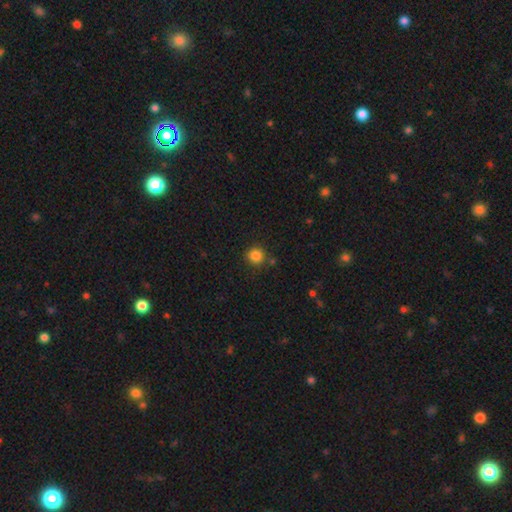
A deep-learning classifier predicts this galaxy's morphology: smooth_or_featured: smooth (p=0.84) [alt: star or artifact p=0.12]
how_rounded: round (p=0.91) [alt: in between p=0.08]
merging: none (p=0.84) [alt: minor disturbance p=0.08]